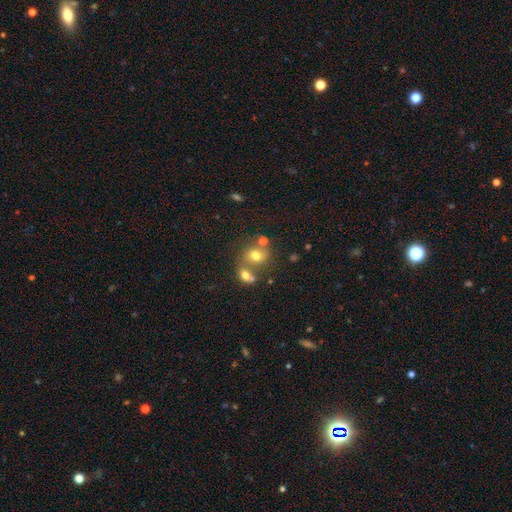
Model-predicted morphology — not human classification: A smooth galaxy with no disk features (68%) that is round (58%). Merging: none (43%).